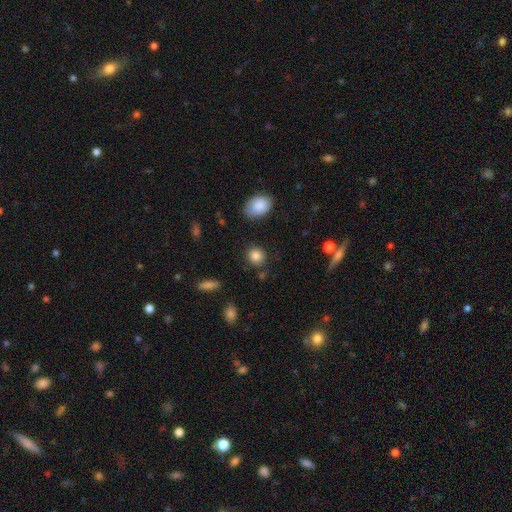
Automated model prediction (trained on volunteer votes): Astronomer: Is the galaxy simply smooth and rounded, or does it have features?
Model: smooth — 86%.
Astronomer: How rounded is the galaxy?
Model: round — 82%.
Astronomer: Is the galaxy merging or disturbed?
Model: none — 85%.